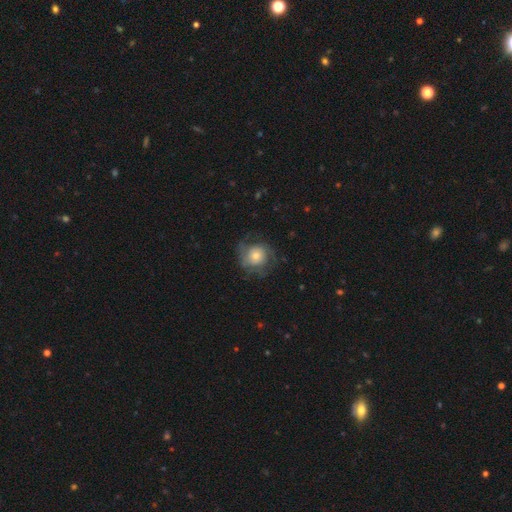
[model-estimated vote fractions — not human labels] featured or disk 51%, smooth 41%, star or artifact 8%. Down the decision tree: edge-on disk — no (97%); merging — none (62%).